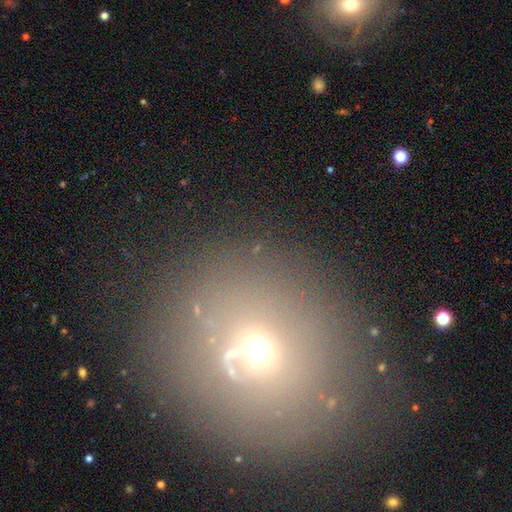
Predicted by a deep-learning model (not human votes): Smooth or featured? Predicted: smooth (p=0.56). How rounded? Predicted: round (p=0.85). Merging? Predicted: none (p=0.75).